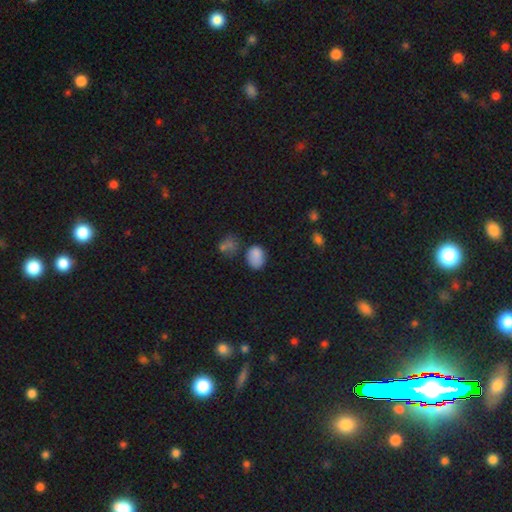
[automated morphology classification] Q: Smooth or featured?
A: smooth (82%); runner-up: star or artifact (12%)
Q: How rounded?
A: in between (73%); runner-up: round (26%)
Q: Merging?
A: none (55%); runner-up: minor disturbance (25%)